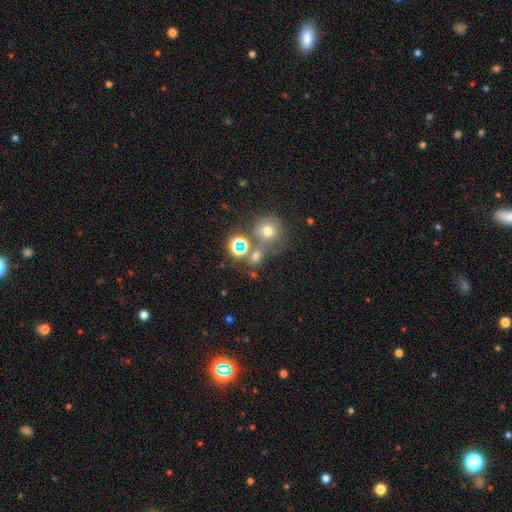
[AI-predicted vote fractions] Smooth or featured? smooth (61%)
How rounded? round (67%)
Merging? none (56%)